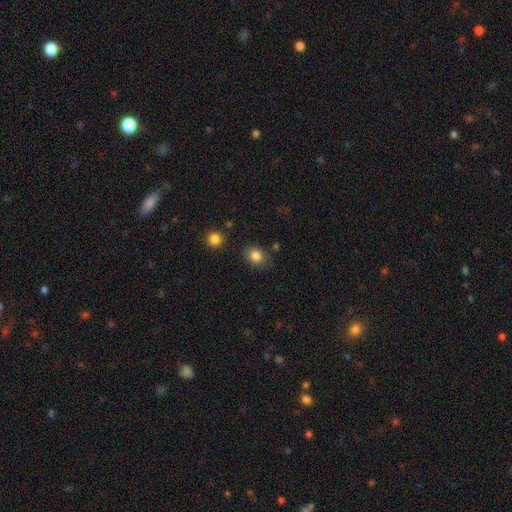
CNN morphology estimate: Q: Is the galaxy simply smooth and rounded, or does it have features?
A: smooth — 84%.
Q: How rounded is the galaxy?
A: in between — 51%.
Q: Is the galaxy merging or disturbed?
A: none — 80%.